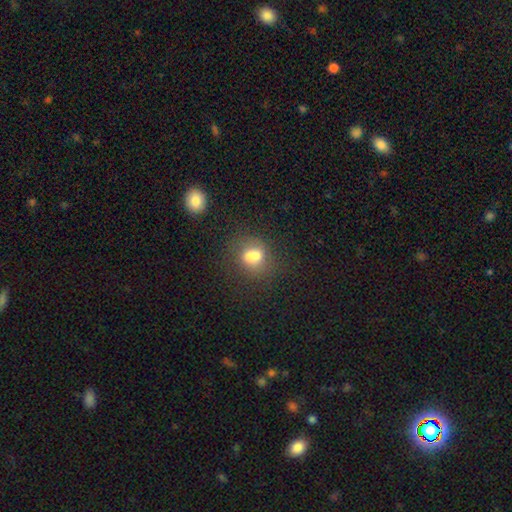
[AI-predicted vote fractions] Q: Smooth or featured?
A: smooth (74%); runner-up: featured or disk (13%)
Q: How rounded?
A: in between (54%); runner-up: round (43%)
Q: Merging?
A: none (59%); runner-up: minor disturbance (20%)